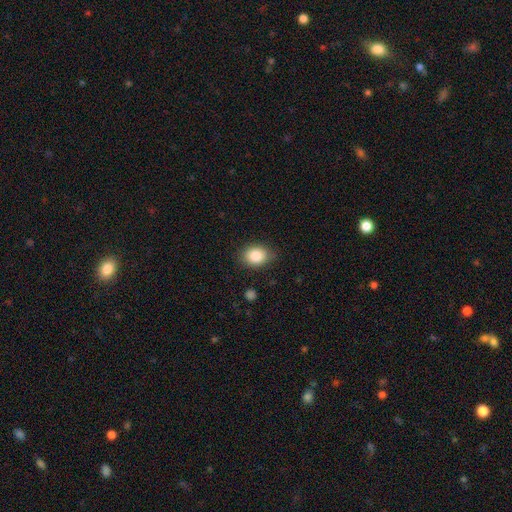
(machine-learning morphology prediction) smooth_or_featured: smooth (p=0.85) [alt: star or artifact p=0.08]
how_rounded: in between (p=0.64) [alt: round p=0.34]
merging: none (p=0.81) [alt: minor disturbance p=0.15]